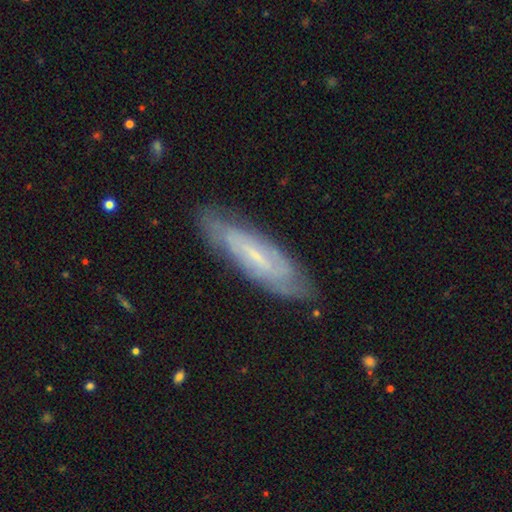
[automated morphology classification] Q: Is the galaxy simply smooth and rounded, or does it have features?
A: featured or disk — 68%.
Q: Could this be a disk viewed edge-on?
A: no — 72%.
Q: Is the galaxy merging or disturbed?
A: none — 80%.